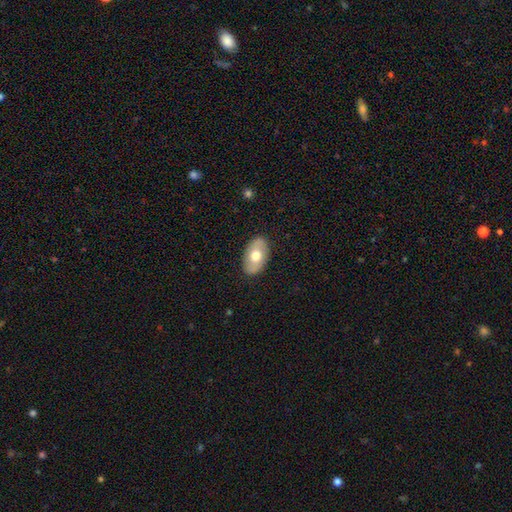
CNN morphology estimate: Overall: smooth (63%; featured or disk 31%). How rounded: in between (92%). Merging: none (86%).